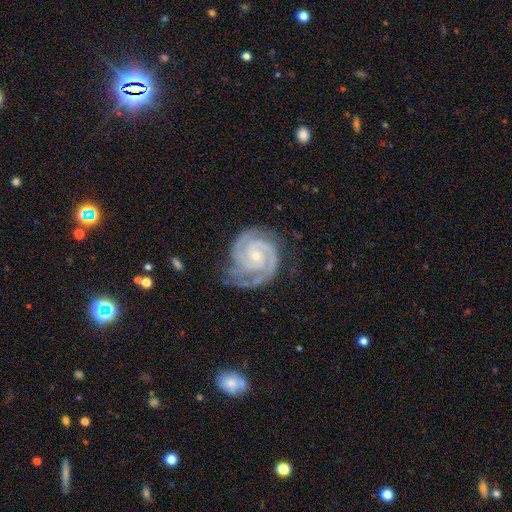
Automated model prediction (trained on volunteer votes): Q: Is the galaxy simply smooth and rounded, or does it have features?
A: featured or disk — 93%.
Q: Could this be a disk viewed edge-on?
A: no — 98%.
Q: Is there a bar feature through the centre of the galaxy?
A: no — 67%.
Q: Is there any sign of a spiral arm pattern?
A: yes — 99%.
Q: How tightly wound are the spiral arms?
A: tight — 76%.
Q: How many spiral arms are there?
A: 2 — 51%.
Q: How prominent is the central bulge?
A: small — 70%.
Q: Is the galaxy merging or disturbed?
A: none — 71%.